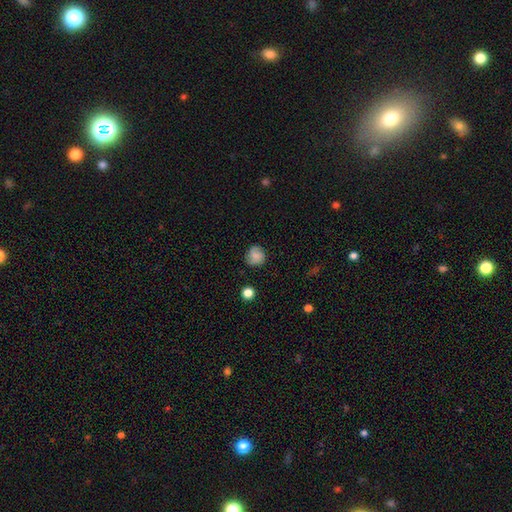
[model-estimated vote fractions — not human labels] Smooth or featured? smooth (72%)
How rounded? round (83%)
Merging? none (76%)